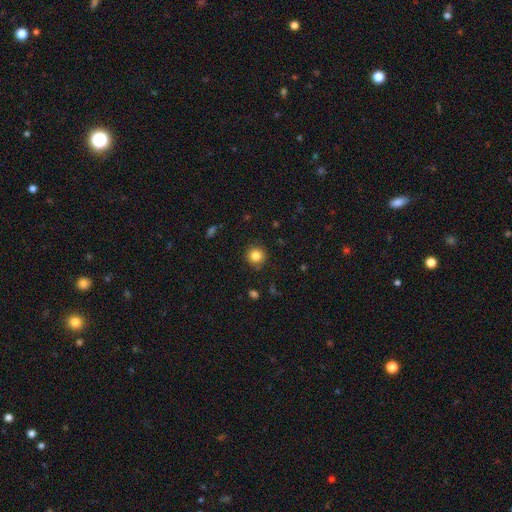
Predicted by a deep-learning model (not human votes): A smooth galaxy with no disk features (84%) that is round (93%). Merging: none (90%).